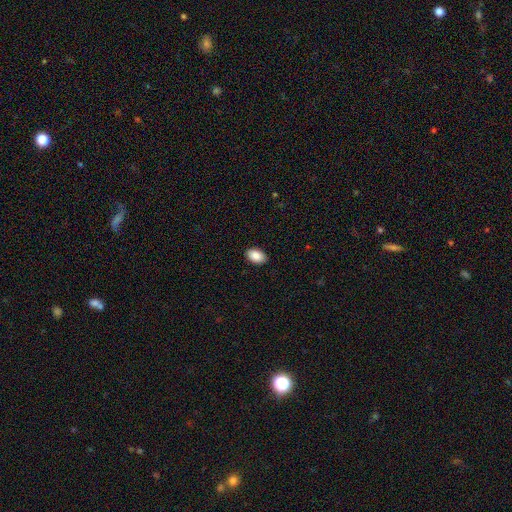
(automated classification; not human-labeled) smooth 89%, star or artifact 7%, featured or disk 4%. Down the decision tree: how rounded — in between (88%); merging — none (90%).